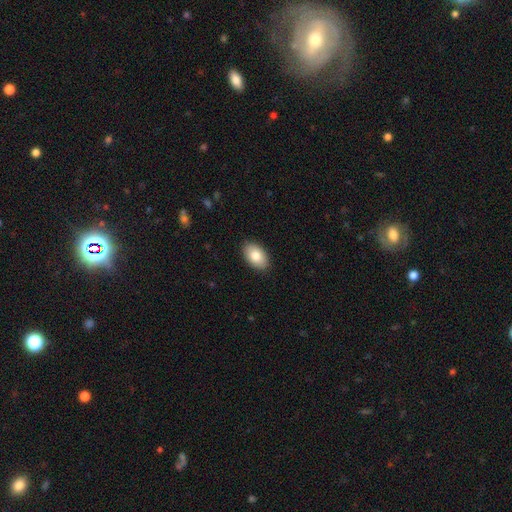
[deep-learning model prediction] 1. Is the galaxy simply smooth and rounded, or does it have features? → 82% smooth, 11% featured or disk, 7% star or artifact.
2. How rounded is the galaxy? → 92% in between, 6% round, 1% cigar-shaped.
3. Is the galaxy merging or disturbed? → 89% none, 8% minor disturbance, 2% major disturbance, 1% merger.